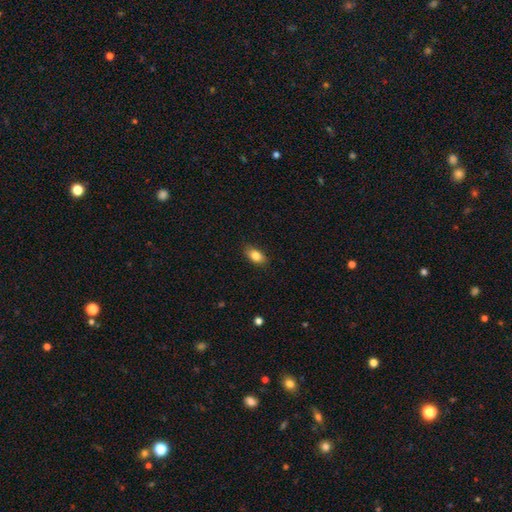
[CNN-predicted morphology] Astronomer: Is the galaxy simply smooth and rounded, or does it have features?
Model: smooth — 83%.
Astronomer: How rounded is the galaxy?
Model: in between — 86%.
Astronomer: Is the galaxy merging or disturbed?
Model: none — 83%.